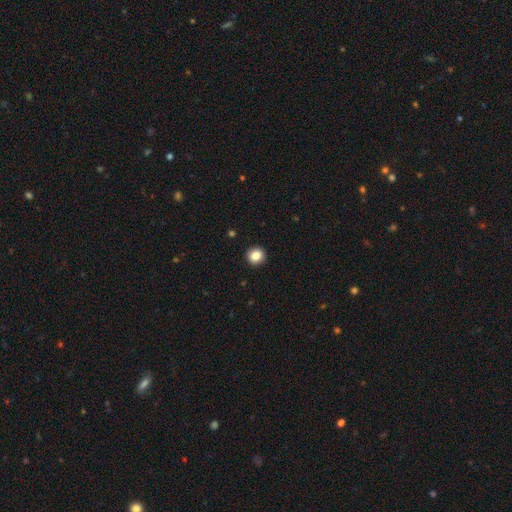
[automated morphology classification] The model was most divided on "smooth or featured": smooth: 84%, star or artifact: 10%, featured or disk: 6%. More confident: merging — none (93%); how rounded — round (93%).